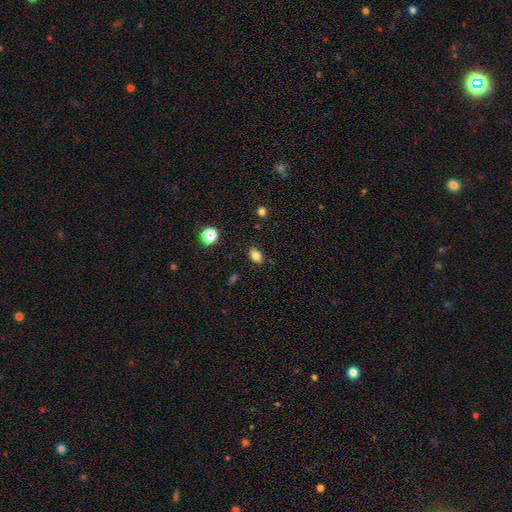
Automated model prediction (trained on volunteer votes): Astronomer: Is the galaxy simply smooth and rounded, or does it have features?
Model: smooth — 82%.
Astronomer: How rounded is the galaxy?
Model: in between — 69%.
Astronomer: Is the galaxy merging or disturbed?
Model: none — 86%.